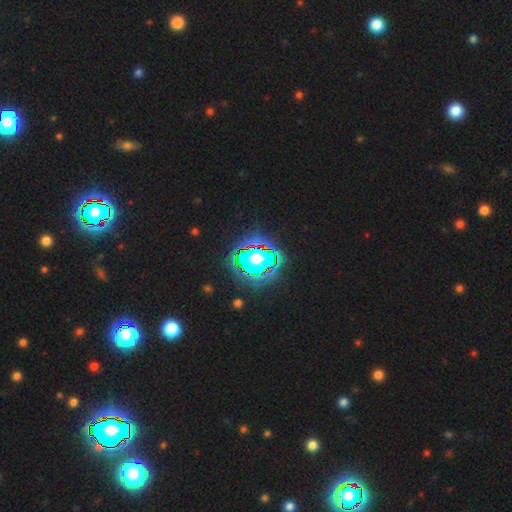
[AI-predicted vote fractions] Morphology: type=star or artifact (83%).